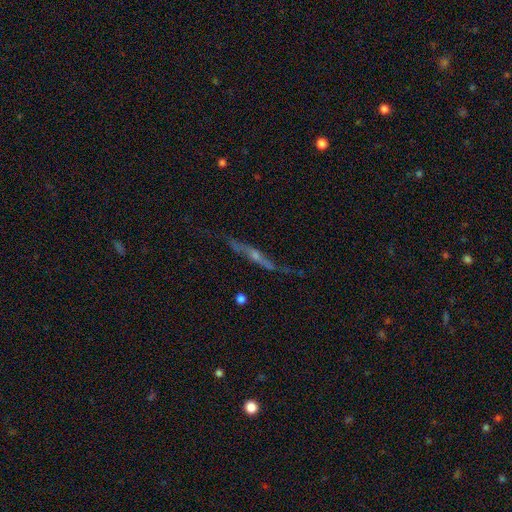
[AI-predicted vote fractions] Smooth or featured? featured or disk (74%)
Edge-on disk? yes (84%)
Edge-on bulge? rounded (68%)
Merging? none (67%)